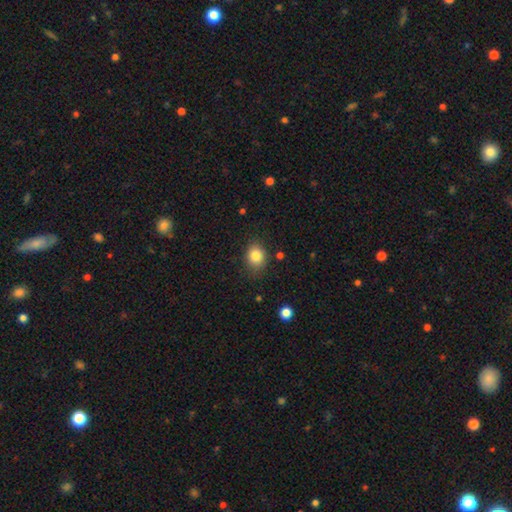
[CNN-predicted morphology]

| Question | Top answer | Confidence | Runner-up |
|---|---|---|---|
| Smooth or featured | smooth | 83% | star or artifact (10%) |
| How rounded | round | 50% | in between (49%) |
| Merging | none | 80% | minor disturbance (15%) |